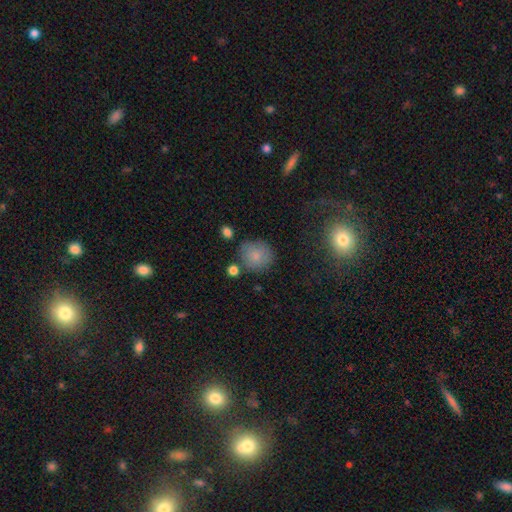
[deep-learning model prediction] This is clearly a smooth galaxy (81%). How rounded: clearly round (87%). Merging: likely none (70%).